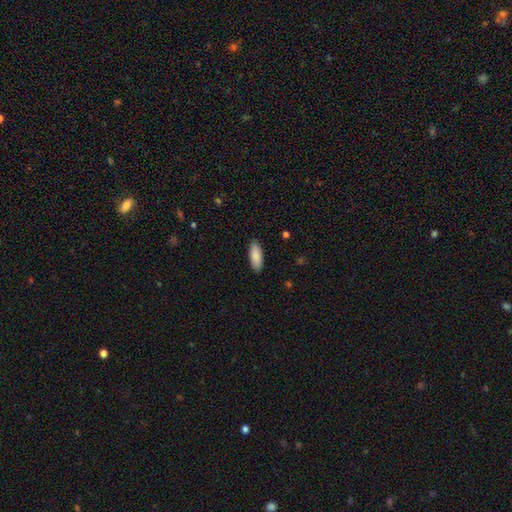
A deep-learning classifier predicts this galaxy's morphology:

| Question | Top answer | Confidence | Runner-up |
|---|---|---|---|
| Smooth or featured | smooth | 89% | featured or disk (6%) |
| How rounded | in between | 76% | cigar-shaped (23%) |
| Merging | none | 89% | minor disturbance (8%) |